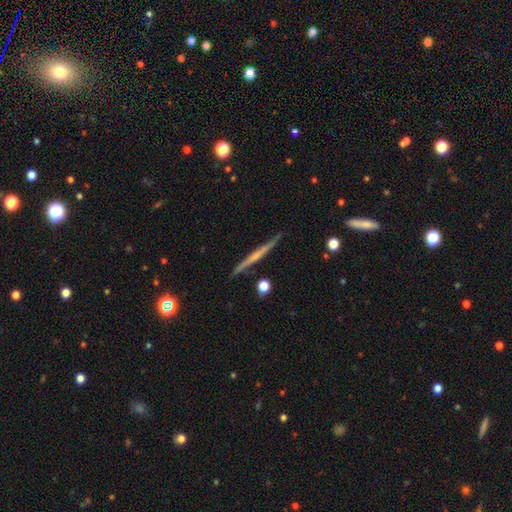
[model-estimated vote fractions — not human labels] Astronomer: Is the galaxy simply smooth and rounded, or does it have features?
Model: featured or disk — 64%.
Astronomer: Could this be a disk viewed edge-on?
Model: yes — 97%.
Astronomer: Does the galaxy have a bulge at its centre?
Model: none — 69%.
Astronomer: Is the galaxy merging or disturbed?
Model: none — 88%.